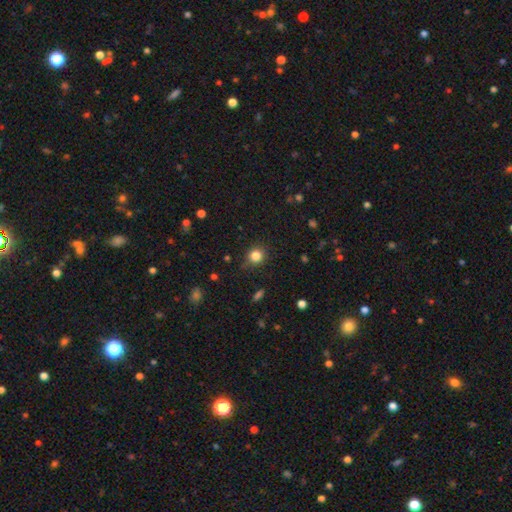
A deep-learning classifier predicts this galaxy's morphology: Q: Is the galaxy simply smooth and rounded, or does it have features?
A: smooth — 82%.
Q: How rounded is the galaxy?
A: round — 85%.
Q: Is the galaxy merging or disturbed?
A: none — 79%.